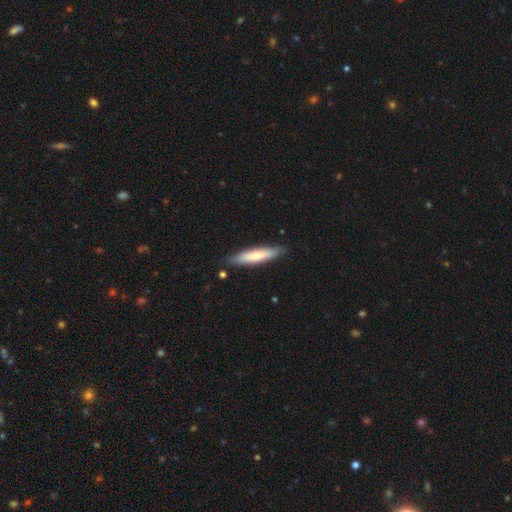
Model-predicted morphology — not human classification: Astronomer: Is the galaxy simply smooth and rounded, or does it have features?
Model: smooth — 73%.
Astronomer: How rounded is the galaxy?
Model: cigar-shaped — 83%.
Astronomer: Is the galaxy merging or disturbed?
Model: none — 86%.